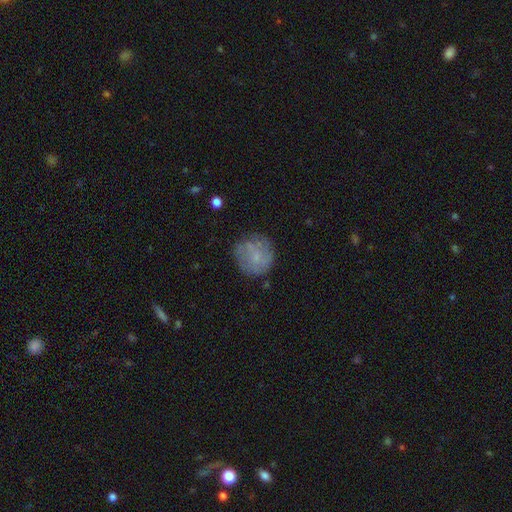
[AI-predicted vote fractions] Overall: smooth (58%; featured or disk 32%). How rounded: round (89%). Merging: none (70%).